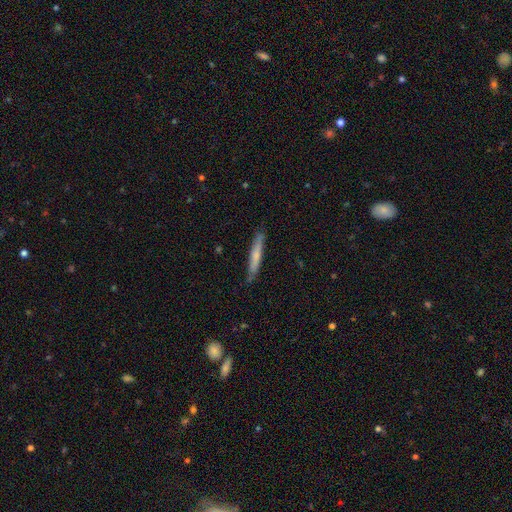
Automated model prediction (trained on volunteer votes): smooth 58%, featured or disk 36%, star or artifact 6%. Down the decision tree: how rounded — cigar-shaped (94%); merging — none (84%).